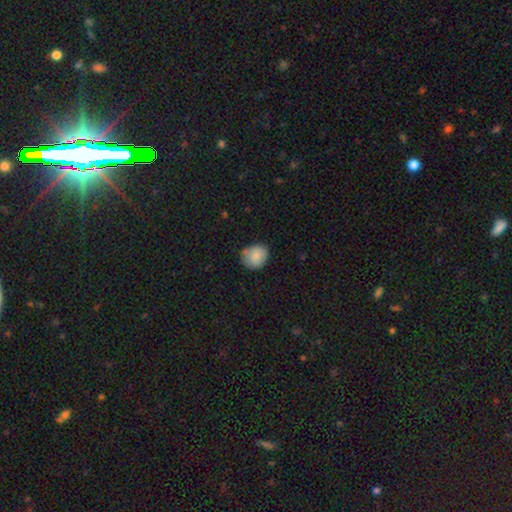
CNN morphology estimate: This appears to be a smooth galaxy with no disk features (84%) that is round (68%). Merging: none (71%).